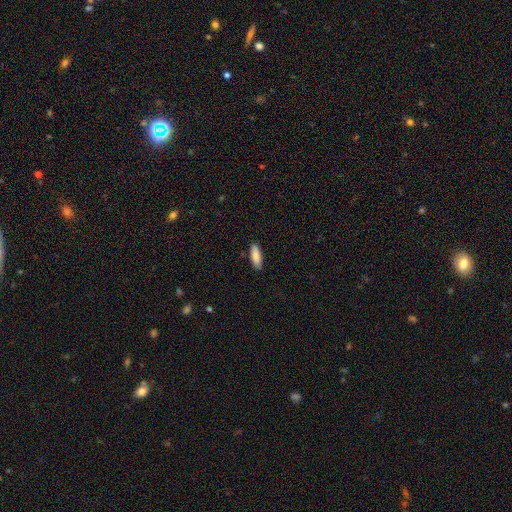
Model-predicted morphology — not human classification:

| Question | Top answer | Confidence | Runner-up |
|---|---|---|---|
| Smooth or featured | smooth | 87% | featured or disk (7%) |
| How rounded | in between | 64% | cigar-shaped (35%) |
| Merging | none | 87% | minor disturbance (10%) |